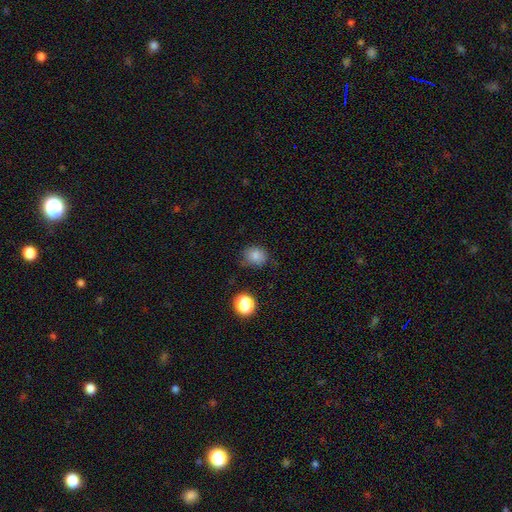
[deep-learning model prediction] smooth_or_featured: smooth (p=0.83) [alt: star or artifact p=0.12]
how_rounded: round (p=0.71) [alt: in between p=0.28]
merging: none (p=0.71) [alt: minor disturbance p=0.22]